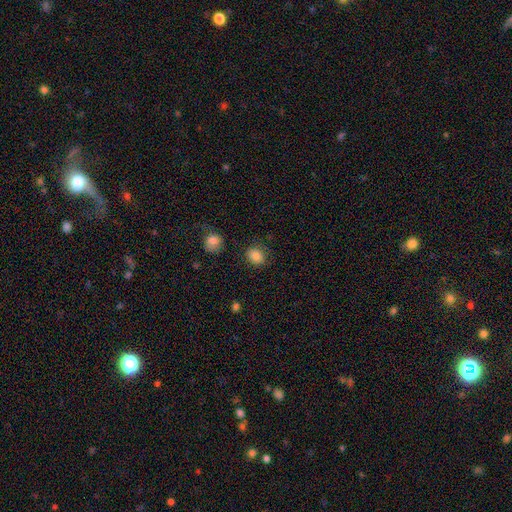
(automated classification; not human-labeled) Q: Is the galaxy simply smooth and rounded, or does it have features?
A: smooth — 86%.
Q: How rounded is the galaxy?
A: round — 51%.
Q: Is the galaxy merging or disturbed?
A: none — 79%.